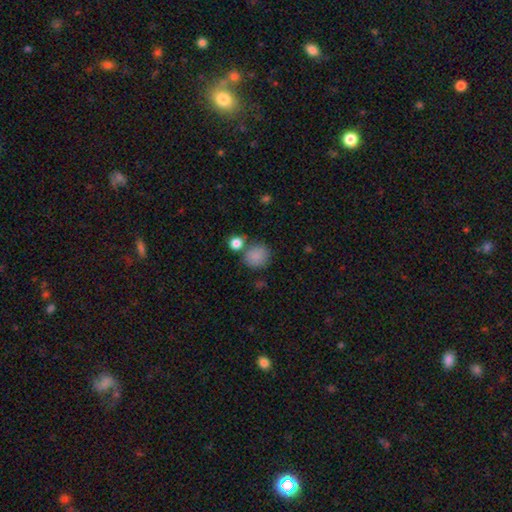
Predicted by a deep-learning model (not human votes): A smooth galaxy with no disk features (85%) that is round (86%). Merging: none (70%).